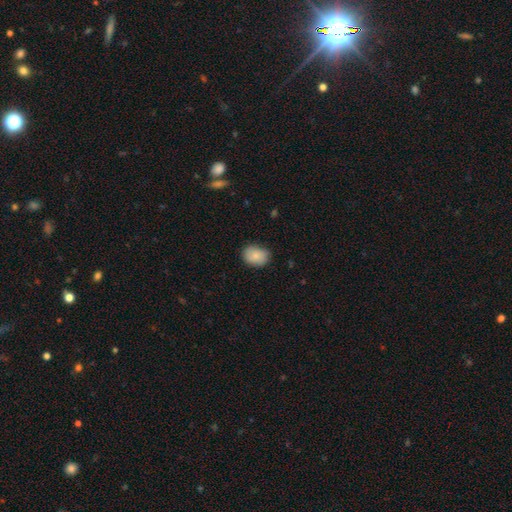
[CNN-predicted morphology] Smooth or featured? Predicted: smooth (p=0.85). How rounded? Predicted: in between (p=0.62). Merging? Predicted: none (p=0.77).